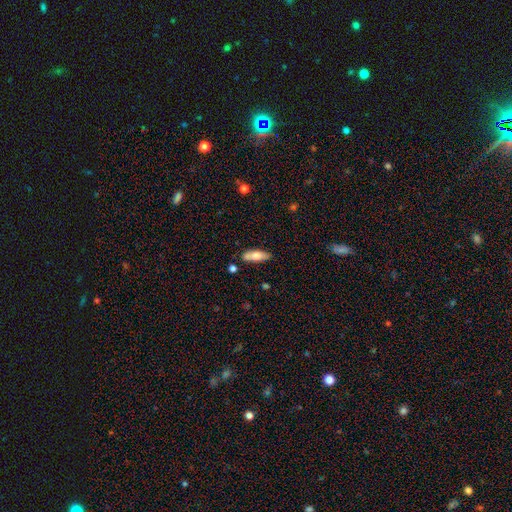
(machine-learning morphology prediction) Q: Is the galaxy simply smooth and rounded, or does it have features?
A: smooth — 73%.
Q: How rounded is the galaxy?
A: in between — 58%.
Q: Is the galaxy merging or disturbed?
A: none — 76%.